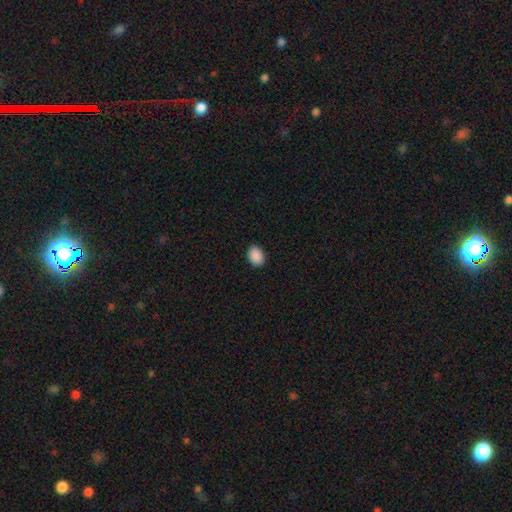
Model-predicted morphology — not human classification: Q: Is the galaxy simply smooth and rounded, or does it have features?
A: smooth — 90%.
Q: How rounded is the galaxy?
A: in between — 74%.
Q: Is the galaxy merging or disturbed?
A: none — 89%.